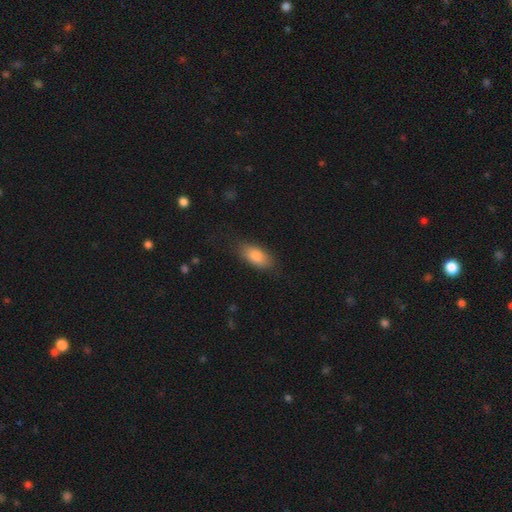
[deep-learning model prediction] This appears to be a smooth galaxy with no disk features (84%) that is in between round and cigar-shaped (87%). Merging: none (78%).